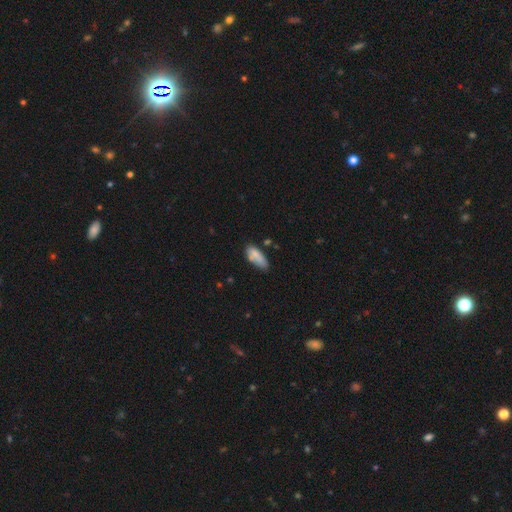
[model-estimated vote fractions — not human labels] Morphology: type=smooth (77%); roundness=in between (76%); merging=none (53%).